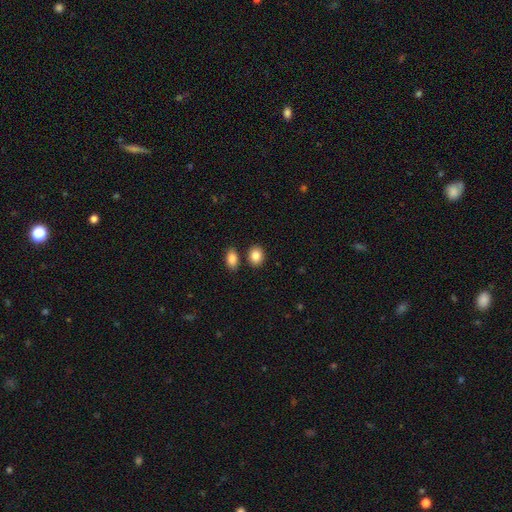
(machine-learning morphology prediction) smooth_or_featured: smooth (p=0.86) [alt: star or artifact p=0.08]
how_rounded: in between (p=0.54) [alt: round p=0.44]
merging: none (p=0.79) [alt: merger p=0.09]